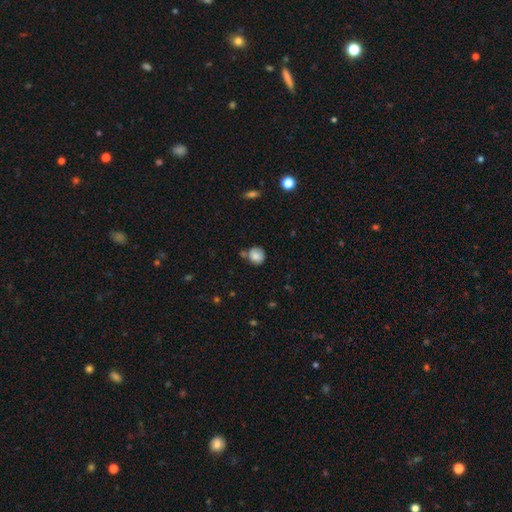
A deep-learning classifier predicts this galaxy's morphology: Smooth or featured: smooth — 83% (star or artifact — 9%)
How rounded: round — 84% (in between — 15%)
Merging: none — 65% (minor disturbance — 18%)